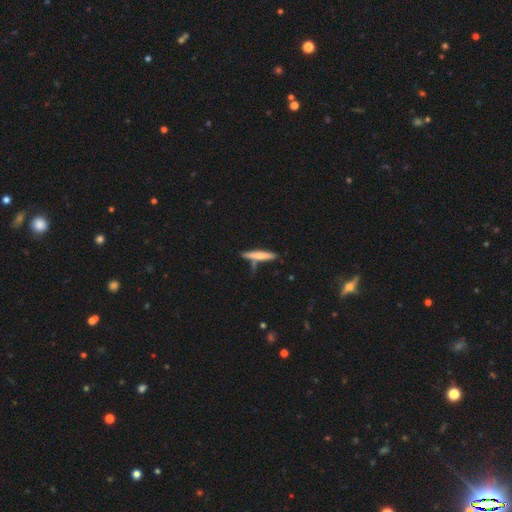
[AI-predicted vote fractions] Smooth or featured? smooth (57%)
How rounded? cigar-shaped (91%)
Merging? none (74%)